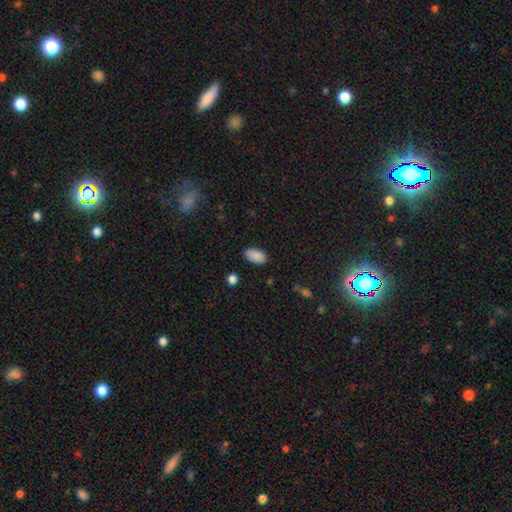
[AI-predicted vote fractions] A smooth galaxy with no disk features (89%) that is in between round and cigar-shaped (94%). Merging: none (87%).